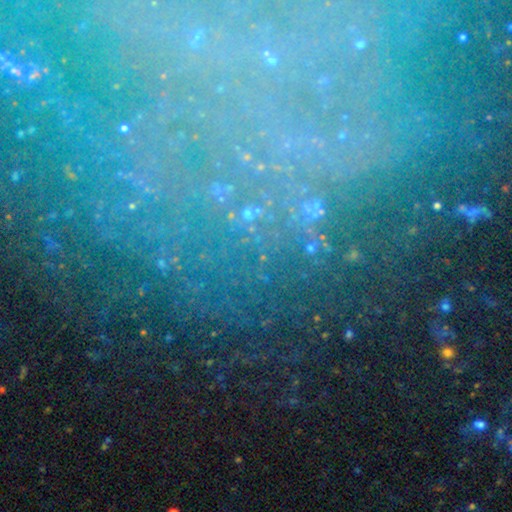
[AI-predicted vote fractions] Smooth or featured? star or artifact (61%)